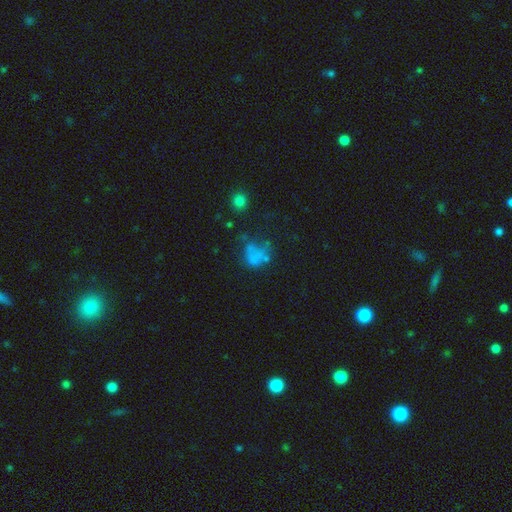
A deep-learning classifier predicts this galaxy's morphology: This appears to be a smooth galaxy with no disk features (52%) that is in between round and cigar-shaped (50%). Merging: none (34%).